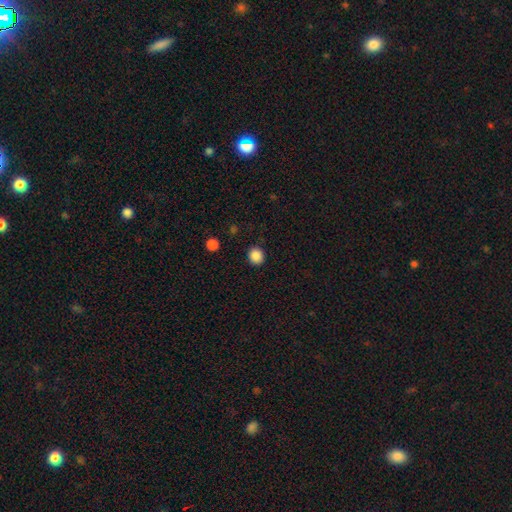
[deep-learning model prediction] smooth 87%, star or artifact 10%, featured or disk 3%. Down the decision tree: how rounded — round (82%); merging — none (89%).